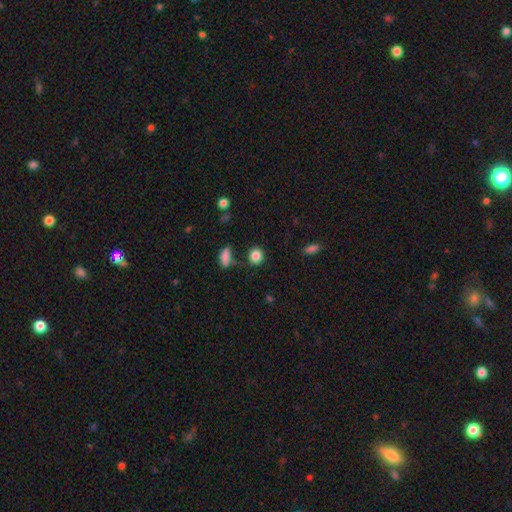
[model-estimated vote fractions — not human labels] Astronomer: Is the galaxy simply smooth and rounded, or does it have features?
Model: smooth — 85%.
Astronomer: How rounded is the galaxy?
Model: round — 77%.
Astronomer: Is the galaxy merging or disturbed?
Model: none — 80%.